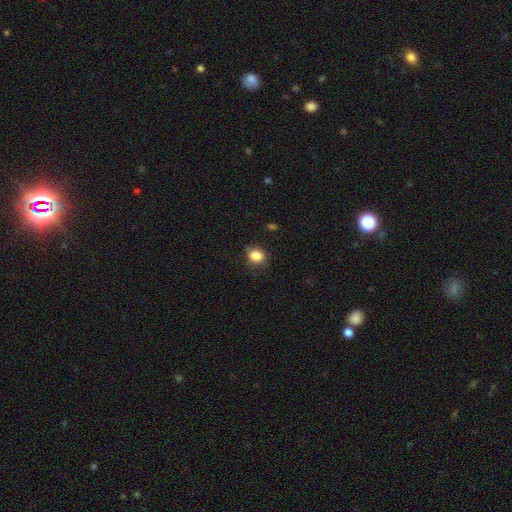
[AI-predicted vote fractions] The model was most divided on "how rounded": round: 58%, in between: 41%, cigar-shaped: 1%. More confident: smooth or featured — smooth (85%); merging — none (70%).